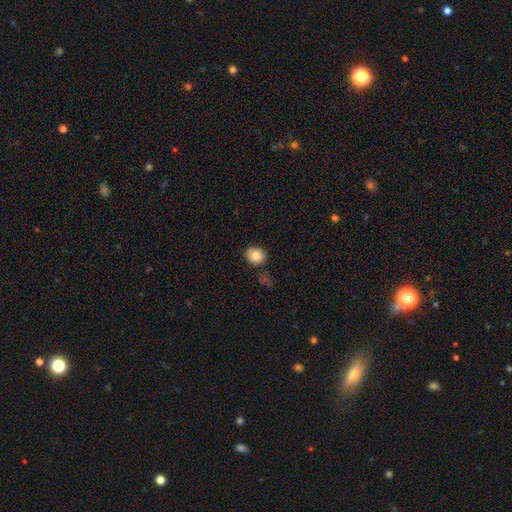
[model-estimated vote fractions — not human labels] Overall: smooth (87%). How rounded: round (73%). Merging: none (81%).